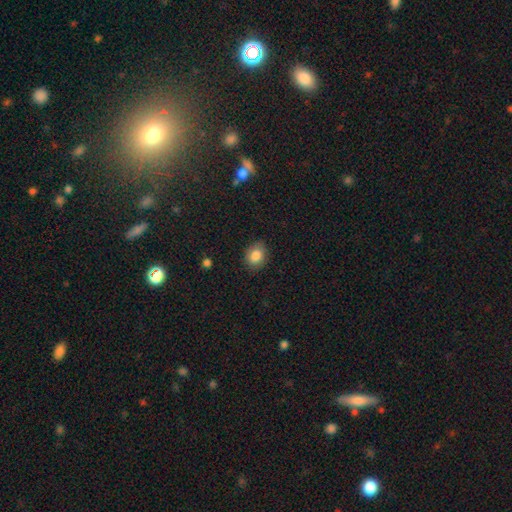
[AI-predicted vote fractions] Smooth or featured?
  - smooth: 85% *
  - star or artifact: 9%
  - featured or disk: 6%
How rounded?
  - in between: 53% *
  - round: 46%
  - cigar-shaped: 1%
Merging?
  - none: 85% *
  - minor disturbance: 11%
  - major disturbance: 3%
  - merger: 1%